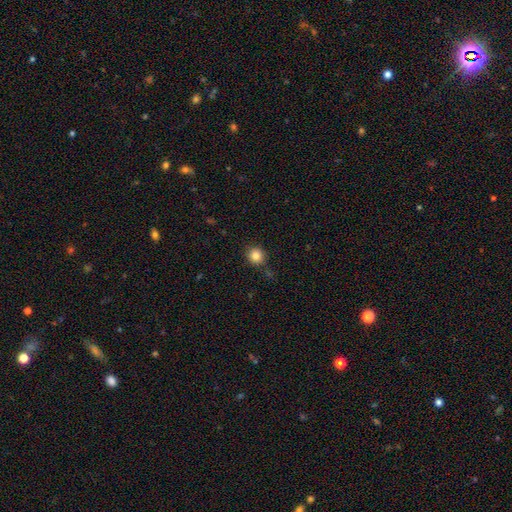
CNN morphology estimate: Q: Smooth or featured?
A: smooth (84%); runner-up: star or artifact (11%)
Q: How rounded?
A: round (90%); runner-up: in between (9%)
Q: Merging?
A: none (84%); runner-up: minor disturbance (10%)